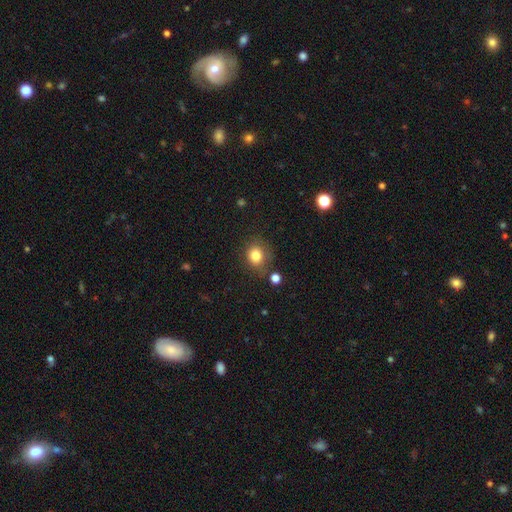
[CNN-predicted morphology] A smooth galaxy with no disk features (82%) that is round (74%).

Vote fractions:
- Smooth or featured? smooth: 82% / star or artifact: 12% / featured or disk: 7%
- How rounded? round: 74% / in between: 25% / cigar-shaped: 1%
- Merging? none: 72% / minor disturbance: 17% / major disturbance: 6% / merger: 5%